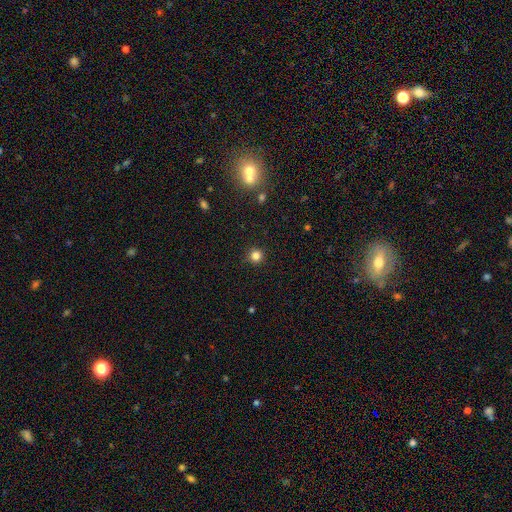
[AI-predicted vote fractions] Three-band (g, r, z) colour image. It shows a smooth galaxy with no disk features (82%) that is round (95%). Merging: none (91%).